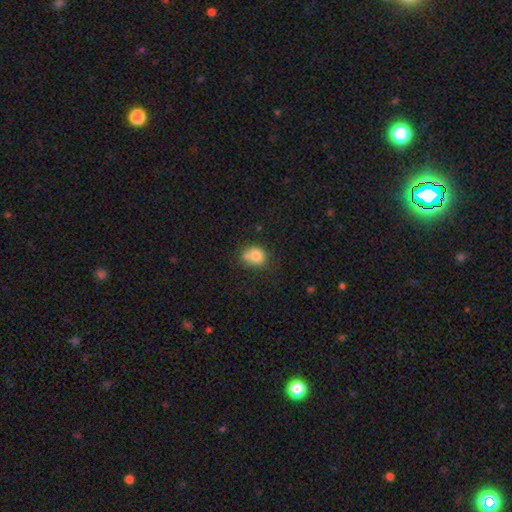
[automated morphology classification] A smooth galaxy with no disk features (78%) that is round (61%). Merging: none (45%).